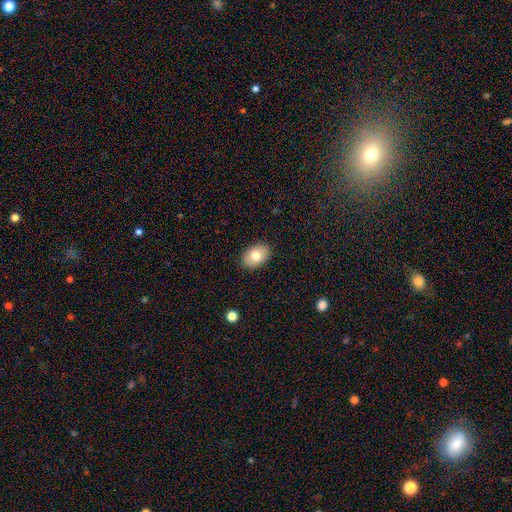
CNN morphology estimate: Smooth or featured: smooth — 76% (featured or disk — 16%)
How rounded: in between — 83% (round — 16%)
Merging: none — 89% (minor disturbance — 8%)